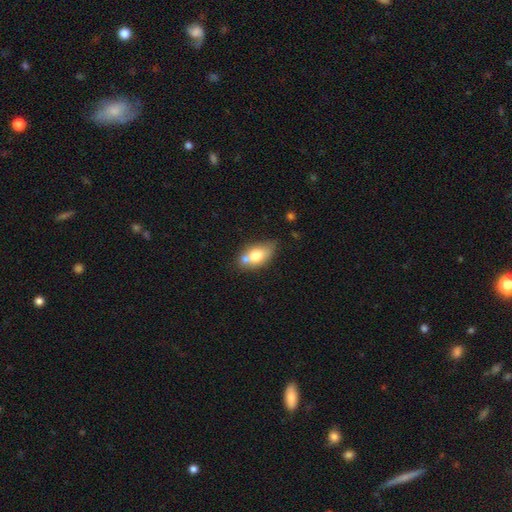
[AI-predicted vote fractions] Smooth or featured? Predicted: smooth (p=0.68). How rounded? Predicted: in between (p=0.84). Merging? Predicted: none (p=0.50).